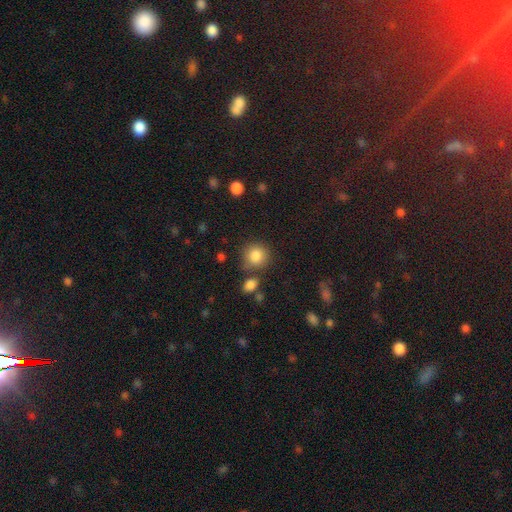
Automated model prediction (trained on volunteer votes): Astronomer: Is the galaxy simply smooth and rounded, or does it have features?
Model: smooth — 85%.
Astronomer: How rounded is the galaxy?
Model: round — 88%.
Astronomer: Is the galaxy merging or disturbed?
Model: none — 76%.